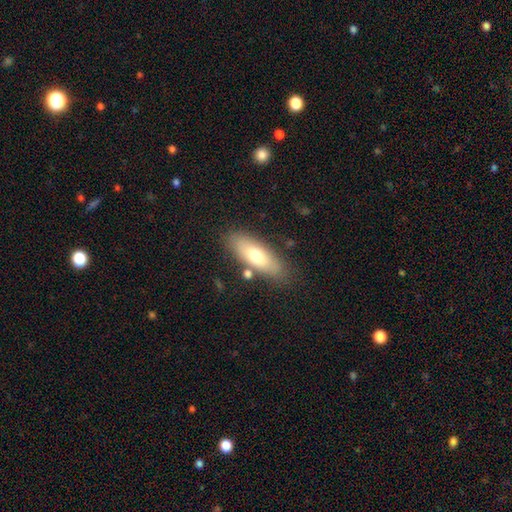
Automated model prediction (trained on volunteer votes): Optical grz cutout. It shows a smooth galaxy with no disk features (67%) that is in between round and cigar-shaped (67%). Merging: none (78%).